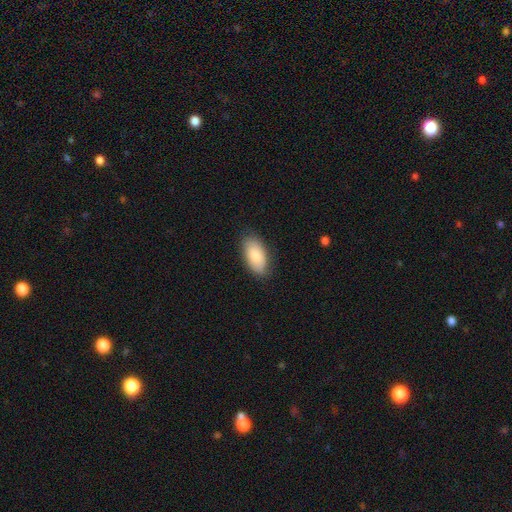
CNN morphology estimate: Smooth or featured? smooth (83%)
How rounded? in between (93%)
Merging? none (82%)